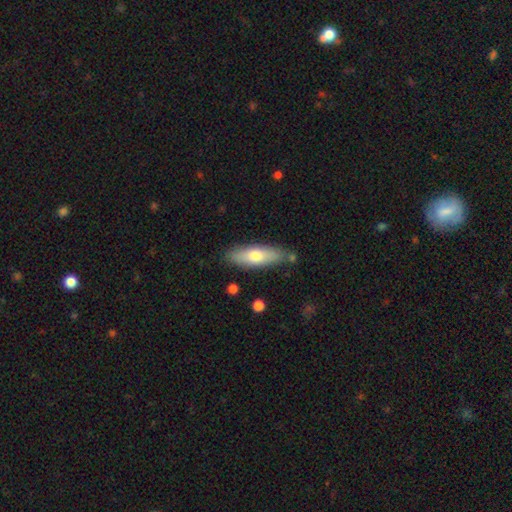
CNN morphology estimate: smooth 66%, featured or disk 29%, star or artifact 6%. Down the decision tree: how rounded — cigar-shaped (51%); merging — none (80%).